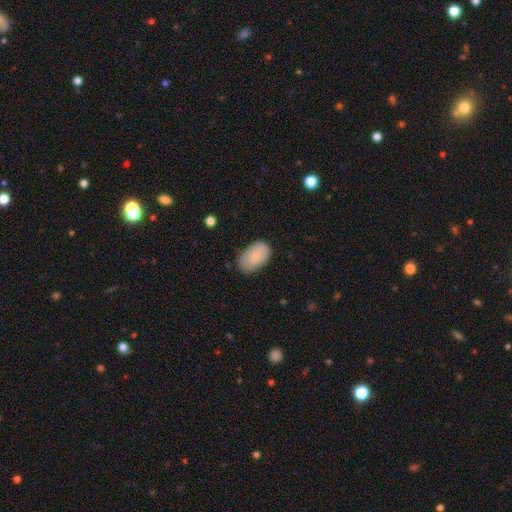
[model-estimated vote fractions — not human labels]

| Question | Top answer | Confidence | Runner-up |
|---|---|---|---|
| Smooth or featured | smooth | 82% | featured or disk (11%) |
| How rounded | in between | 93% | round (6%) |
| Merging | none | 72% | minor disturbance (22%) |